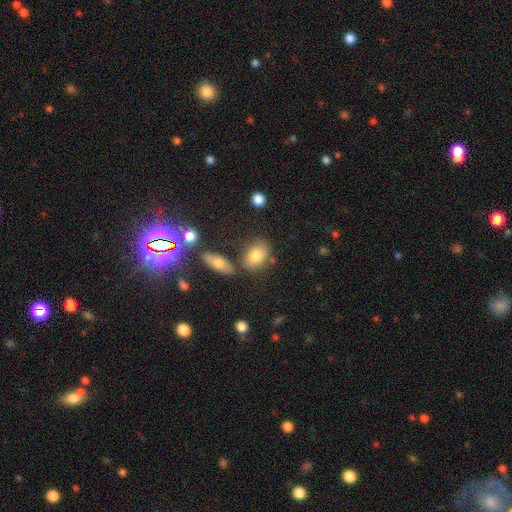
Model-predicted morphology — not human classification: type=smooth (77%); roundness=in between (76%); merging=none (69%).